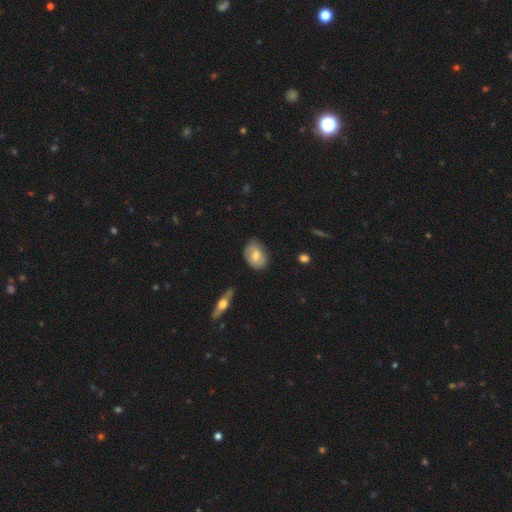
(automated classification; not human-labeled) Q: Smooth or featured?
A: smooth (58%); runner-up: featured or disk (35%)
Q: How rounded?
A: in between (77%); runner-up: round (21%)
Q: Merging?
A: none (73%); runner-up: minor disturbance (21%)